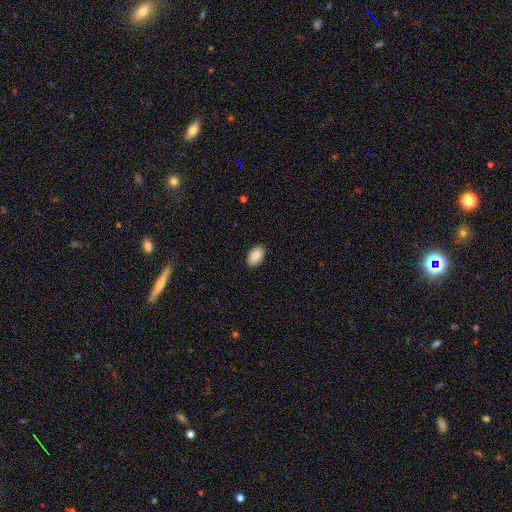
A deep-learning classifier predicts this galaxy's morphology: This appears to be a smooth galaxy with no disk features (90%) that is in between round and cigar-shaped (92%). Merging: none (88%).